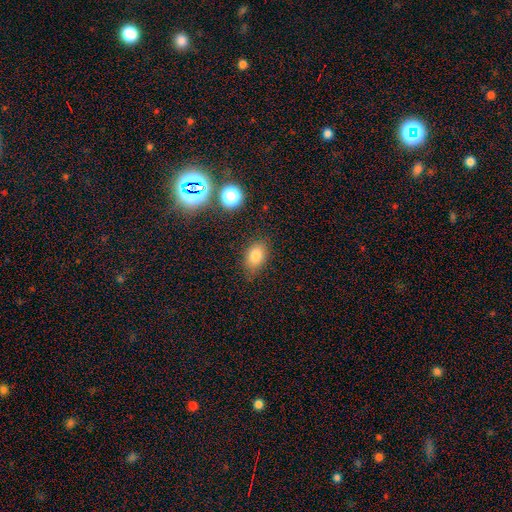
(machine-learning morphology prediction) A smooth galaxy with no disk features (79%) that is in between round and cigar-shaped (81%).

Vote fractions:
- Smooth or featured? smooth: 79% / star or artifact: 12% / featured or disk: 9%
- How rounded? in between: 81% / round: 17% / cigar-shaped: 2%
- Merging? none: 79% / minor disturbance: 15% / major disturbance: 4% / merger: 2%